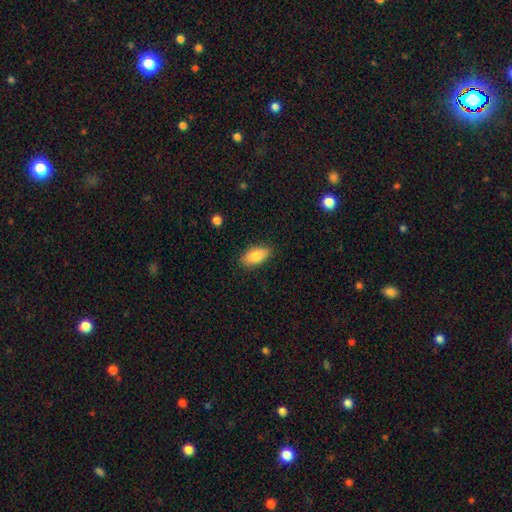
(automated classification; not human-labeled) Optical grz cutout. It shows a smooth galaxy with no disk features (84%) that is in between round and cigar-shaped (89%). Merging: none (86%).